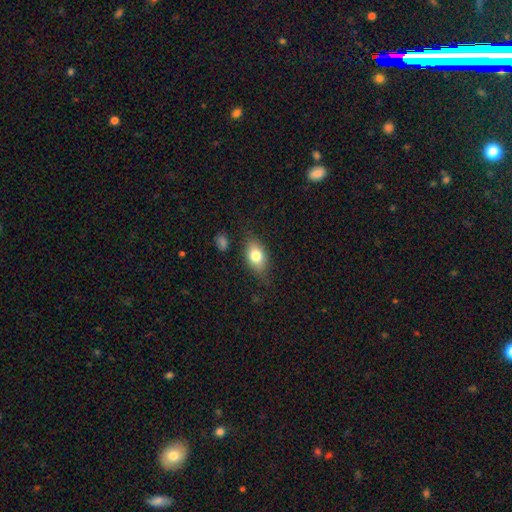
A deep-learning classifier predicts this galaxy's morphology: This appears to be a smooth galaxy with no disk features (77%) that is in between round and cigar-shaped (83%). Merging: none (76%).